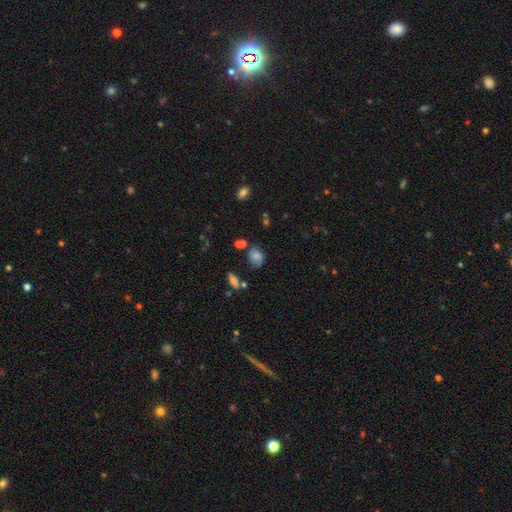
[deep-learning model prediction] Morphology: type=smooth (57%); roundness=in between (54%); merging=none (57%).